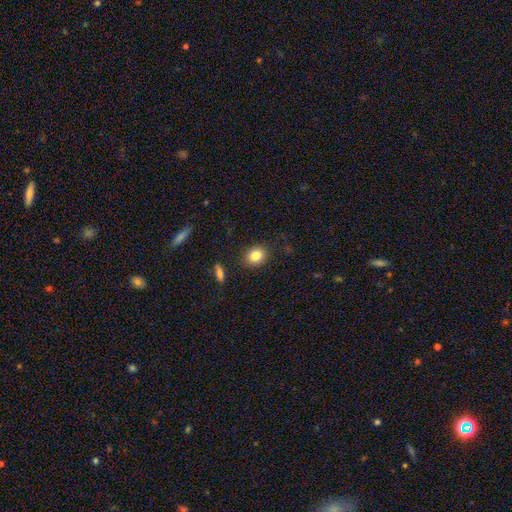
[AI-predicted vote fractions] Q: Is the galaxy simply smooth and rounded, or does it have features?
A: smooth — 83%.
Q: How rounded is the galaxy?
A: round — 62%.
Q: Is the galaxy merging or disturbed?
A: none — 87%.